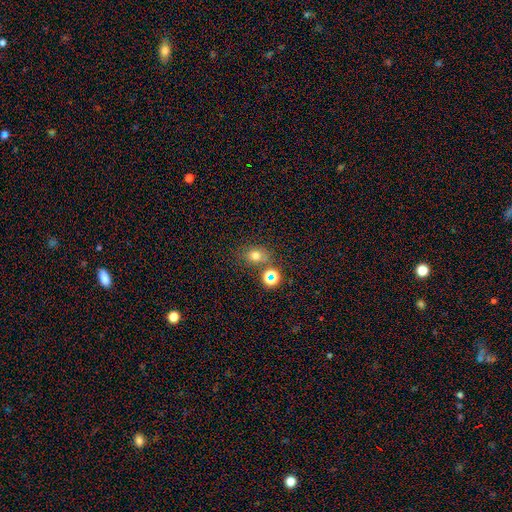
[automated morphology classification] Smooth or featured: smooth — 70% (star or artifact — 22%)
How rounded: round — 57% (in between — 42%)
Merging: none — 70% (merger — 13%)